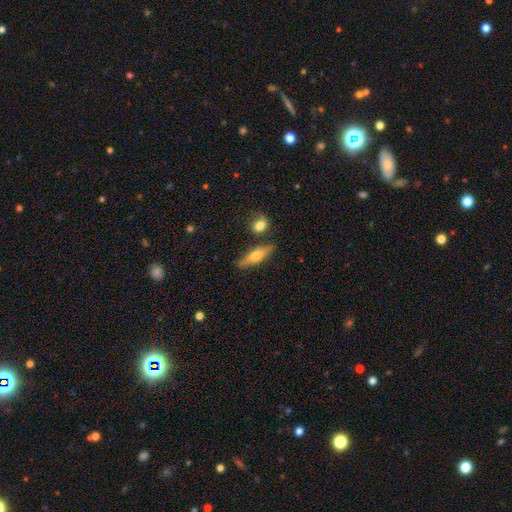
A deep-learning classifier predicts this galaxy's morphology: Smooth or featured: smooth — 49% (featured or disk — 44%)
Merging: none — 77% (minor disturbance — 13%)